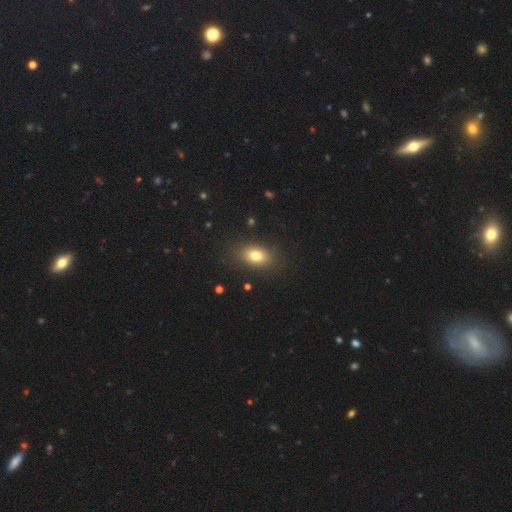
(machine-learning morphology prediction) This is likely a smooth galaxy (79%). How rounded: clearly in between (82%). Merging: clearly none (85%).